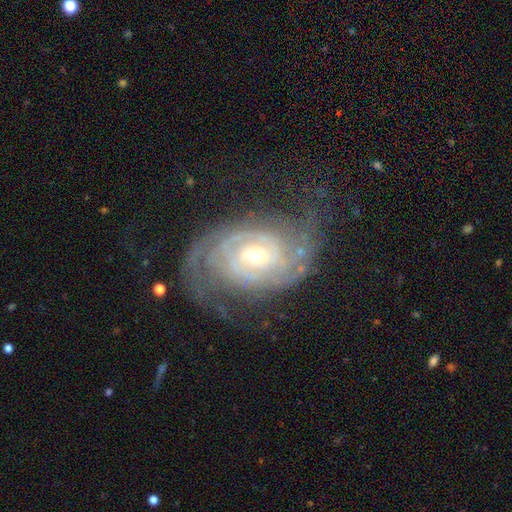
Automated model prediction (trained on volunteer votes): This appears to be a featured or disk galaxy (89%) with no bar (57%), 2 (49%) tight (66%) spiral arms (97%) and a small central bulge (59%). Merging: none (67%).